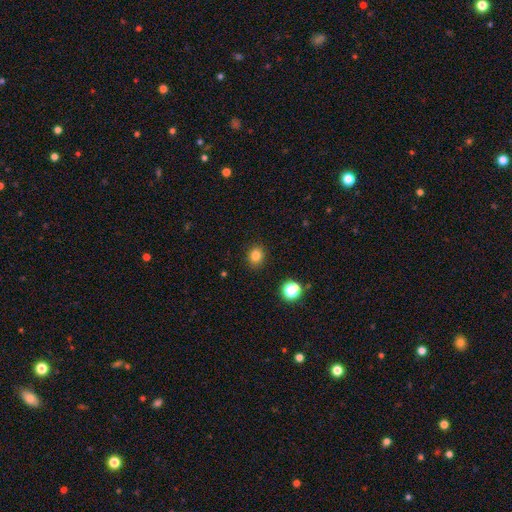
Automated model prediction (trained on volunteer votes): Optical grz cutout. It shows a smooth galaxy with no disk features (81%) that is round (68%). Merging: none (89%).